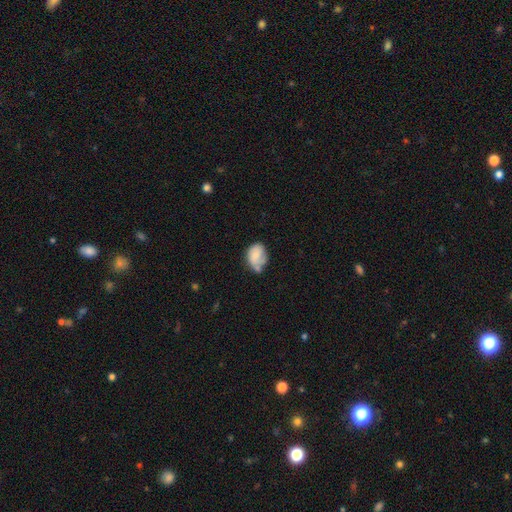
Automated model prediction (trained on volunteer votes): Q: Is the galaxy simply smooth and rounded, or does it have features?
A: smooth — 70%.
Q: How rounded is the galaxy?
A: in between — 69%.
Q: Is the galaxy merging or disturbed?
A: none — 39%.